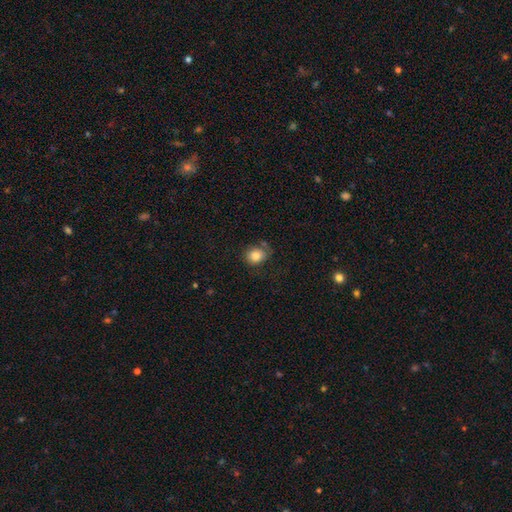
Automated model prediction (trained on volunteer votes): Smooth or featured? smooth (82%)
How rounded? round (62%)
Merging? none (67%)